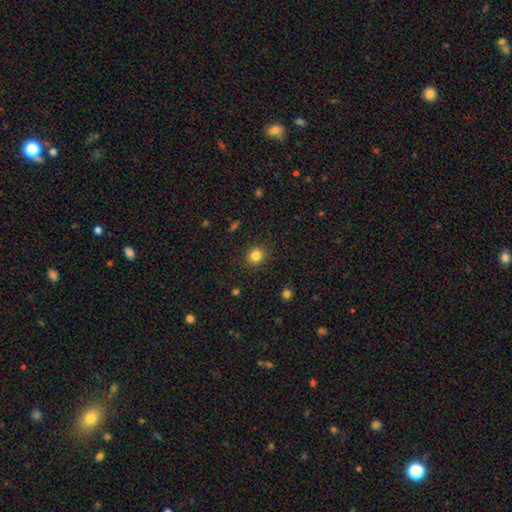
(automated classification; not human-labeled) Q: Smooth or featured?
A: smooth (83%); runner-up: star or artifact (12%)
Q: How rounded?
A: round (81%); runner-up: in between (18%)
Q: Merging?
A: none (89%); runner-up: minor disturbance (8%)